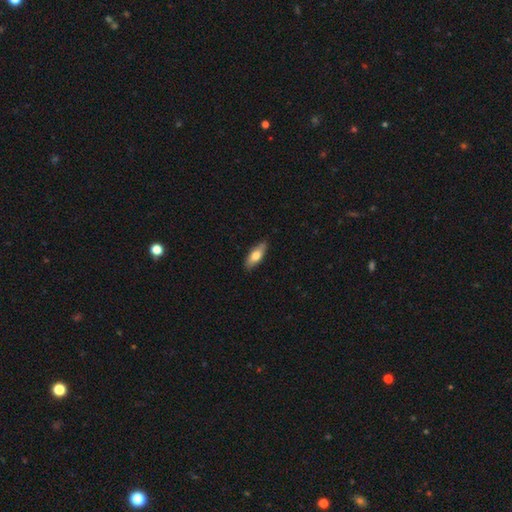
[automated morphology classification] This appears to be a smooth galaxy with no disk features (70%) that is in between round and cigar-shaped (72%). Merging: none (85%).